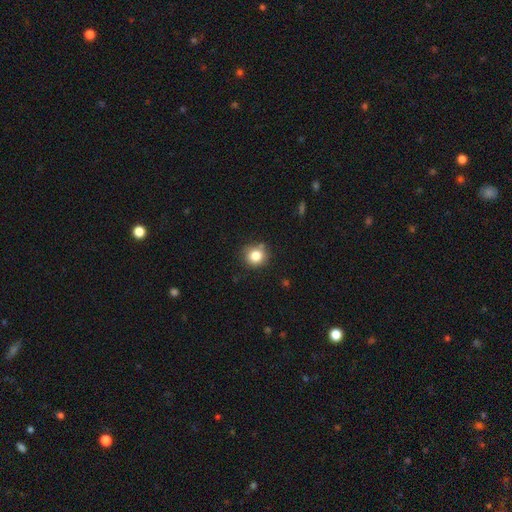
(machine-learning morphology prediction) smooth 82%, star or artifact 11%, featured or disk 7%. Down the decision tree: how rounded — round (89%); merging — none (80%).